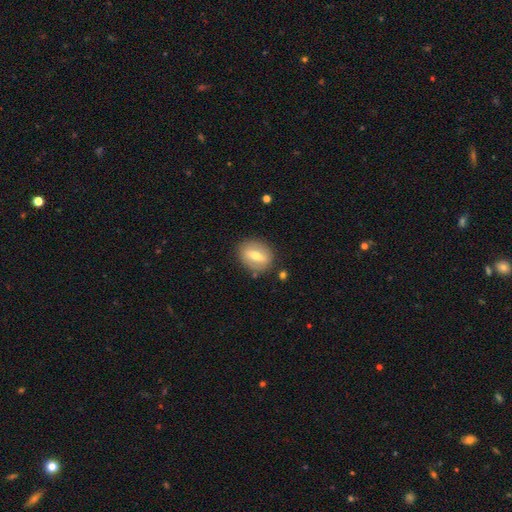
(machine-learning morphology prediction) Smooth or featured?
  - smooth: 49% *
  - featured or disk: 44%
  - star or artifact: 7%
Merging?
  - none: 85% *
  - minor disturbance: 10%
  - major disturbance: 3%
  - merger: 2%